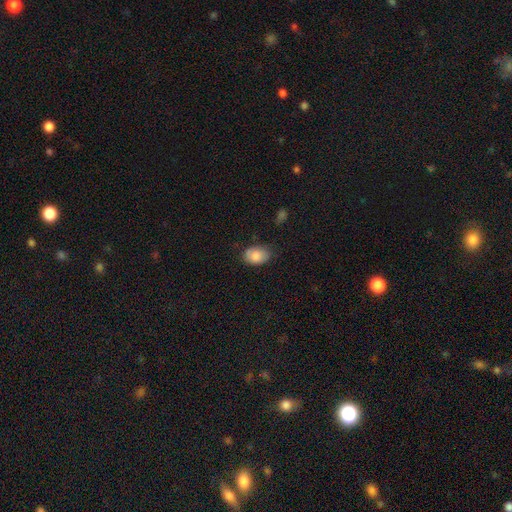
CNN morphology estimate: This is clearly a smooth galaxy (83%). How rounded: clearly in between (82%). Merging: likely none (73%).